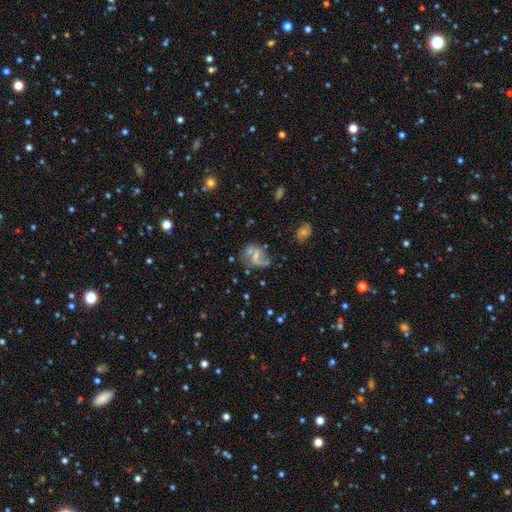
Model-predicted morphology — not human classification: type=featured or disk (72%); edge-on=no (98%); bar=weak (47%); spiral arms=yes (85%); winding=loose (55%); arm count=2 (72%); bulge=small (44%); merging=none (48%).